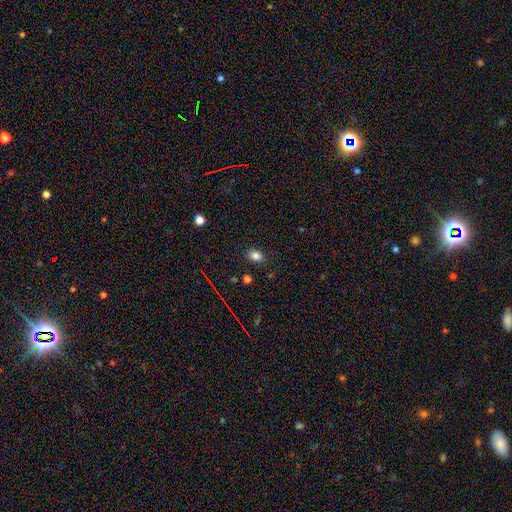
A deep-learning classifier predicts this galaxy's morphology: smooth 81%, star or artifact 13%, featured or disk 6%. Down the decision tree: how rounded — in between (69%); merging — none (85%).